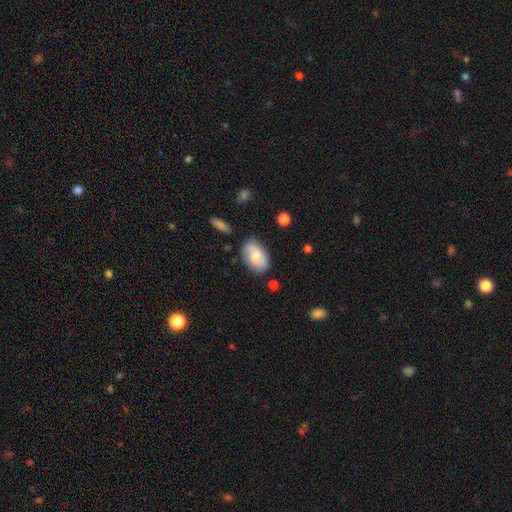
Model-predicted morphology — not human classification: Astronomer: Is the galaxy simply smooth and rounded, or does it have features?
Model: smooth — 71%.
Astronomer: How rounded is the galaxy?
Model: in between — 92%.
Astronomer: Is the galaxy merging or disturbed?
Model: none — 72%.